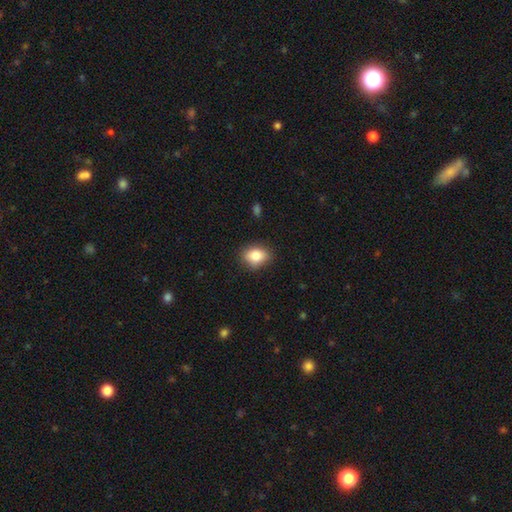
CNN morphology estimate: This is clearly a smooth galaxy (83%). How rounded: likely in between (64%). Merging: clearly none (82%).